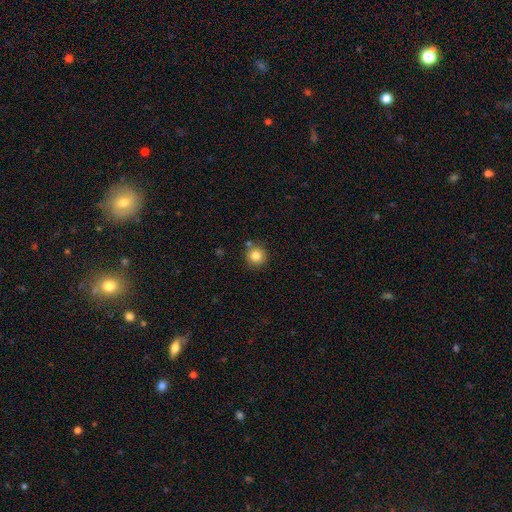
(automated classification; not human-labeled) The model was most divided on "smooth or featured": smooth: 83%, star or artifact: 11%, featured or disk: 6%. More confident: how rounded — round (94%); merging — none (83%).